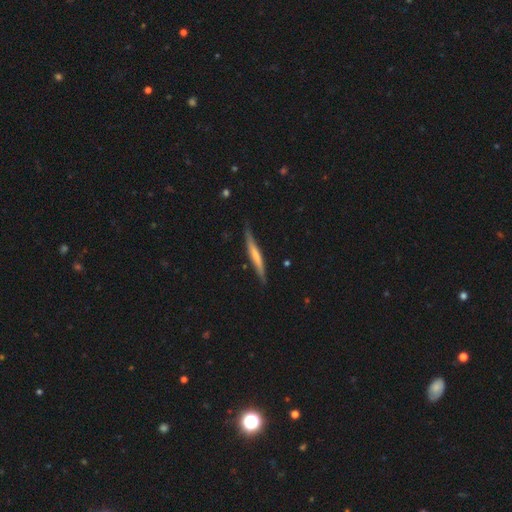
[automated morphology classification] smooth_or_featured: smooth (p=0.50) [alt: featured or disk p=0.45]
merging: none (p=0.77) [alt: minor disturbance p=0.18]